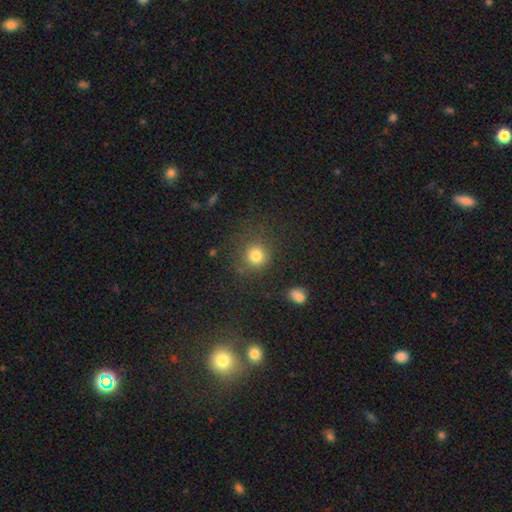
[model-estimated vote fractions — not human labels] A smooth galaxy with no disk features (79%) that is round (90%).

Vote fractions:
- Smooth or featured? smooth: 79% / star or artifact: 15% / featured or disk: 7%
- How rounded? round: 90% / in between: 8% / cigar-shaped: 1%
- Merging? none: 79% / minor disturbance: 11% / major disturbance: 7% / merger: 3%